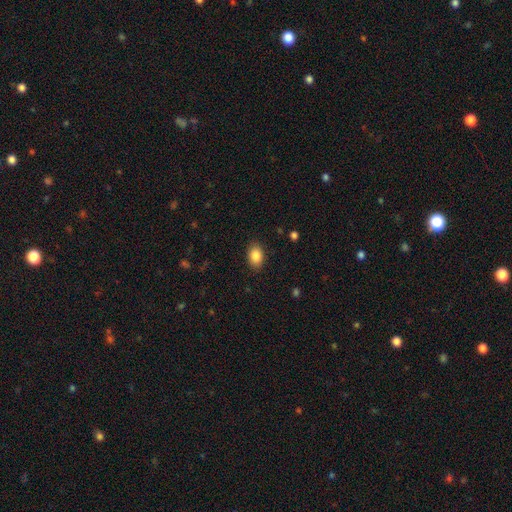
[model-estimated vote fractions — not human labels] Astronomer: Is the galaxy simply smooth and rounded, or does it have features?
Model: smooth — 88%.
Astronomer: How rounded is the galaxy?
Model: in between — 84%.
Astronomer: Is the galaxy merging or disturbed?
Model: none — 87%.